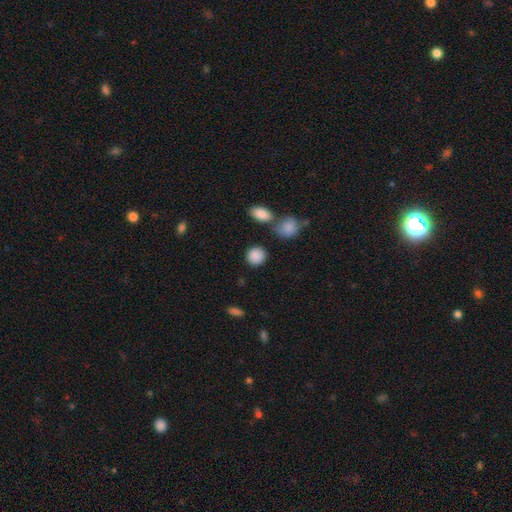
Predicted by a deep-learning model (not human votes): Smooth or featured?
  - smooth: 88% *
  - star or artifact: 8%
  - featured or disk: 4%
How rounded?
  - round: 83% *
  - in between: 16%
  - cigar-shaped: 1%
Merging?
  - none: 80% *
  - minor disturbance: 10%
  - merger: 6%
  - major disturbance: 4%